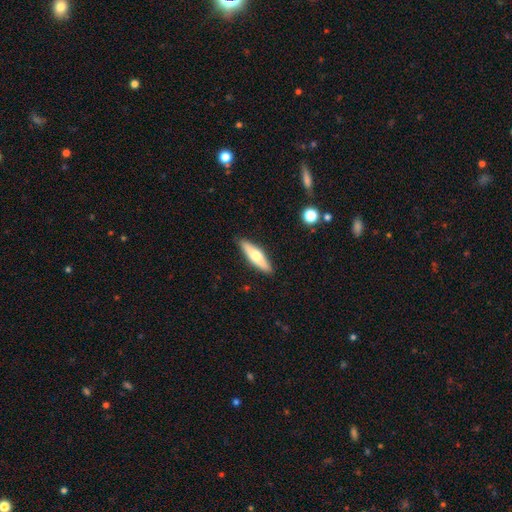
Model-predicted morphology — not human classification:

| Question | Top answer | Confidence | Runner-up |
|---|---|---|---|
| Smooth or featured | smooth | 55% | featured or disk (39%) |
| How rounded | cigar-shaped | 67% | in between (31%) |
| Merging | none | 89% | minor disturbance (8%) |